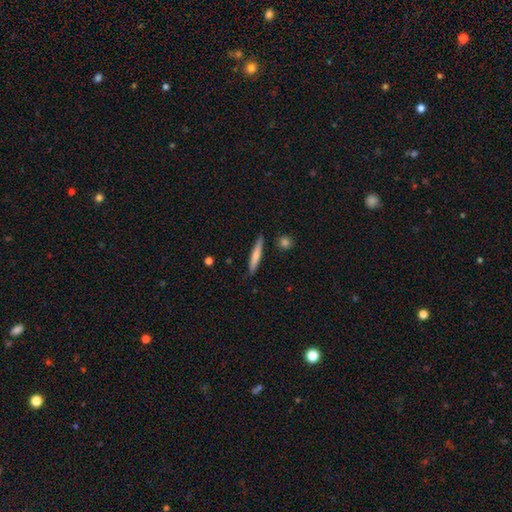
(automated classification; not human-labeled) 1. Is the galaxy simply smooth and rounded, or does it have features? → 66% smooth, 28% featured or disk, 6% star or artifact.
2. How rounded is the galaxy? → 93% cigar-shaped, 6% in between, 1% round.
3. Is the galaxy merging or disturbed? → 86% none, 10% minor disturbance, 2% merger, 2% major disturbance.